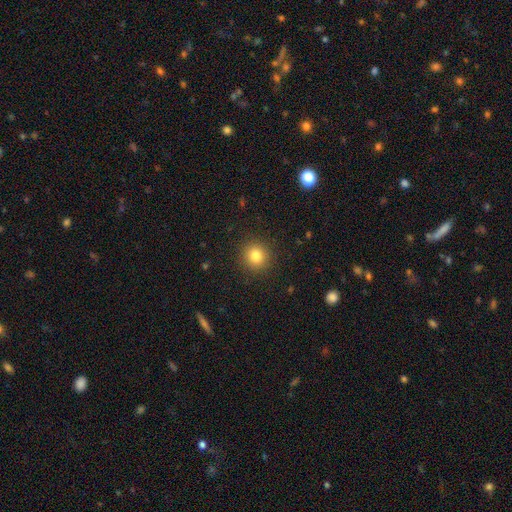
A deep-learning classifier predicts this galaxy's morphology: A smooth galaxy with no disk features (82%) that is round (91%). Merging: none (91%).